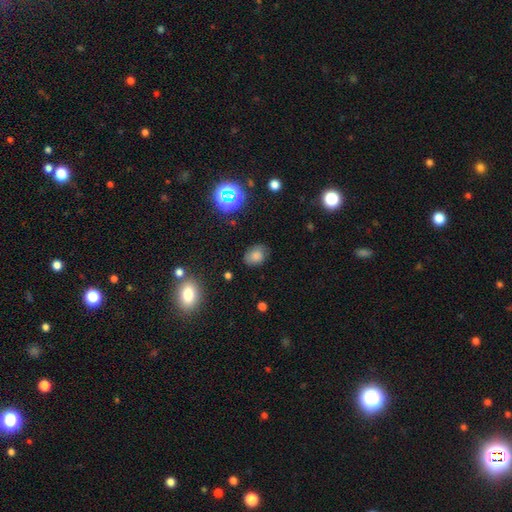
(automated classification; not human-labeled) Overall: smooth (73%). How rounded: in between (66%; round 32%). Merging: none (74%).